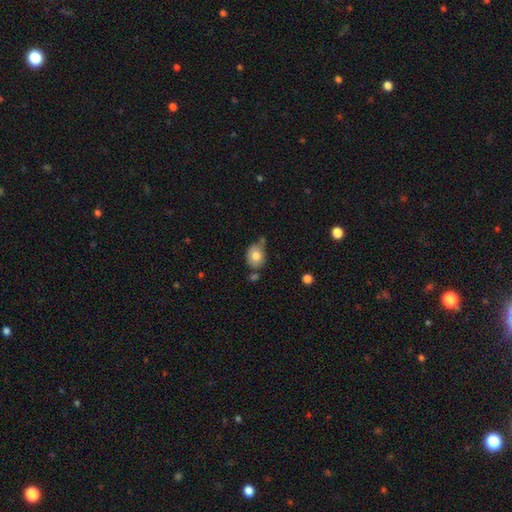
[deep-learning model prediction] Q: Smooth or featured?
A: smooth (77%); runner-up: featured or disk (14%)
Q: How rounded?
A: round (60%); runner-up: in between (39%)
Q: Merging?
A: none (51%); runner-up: minor disturbance (26%)